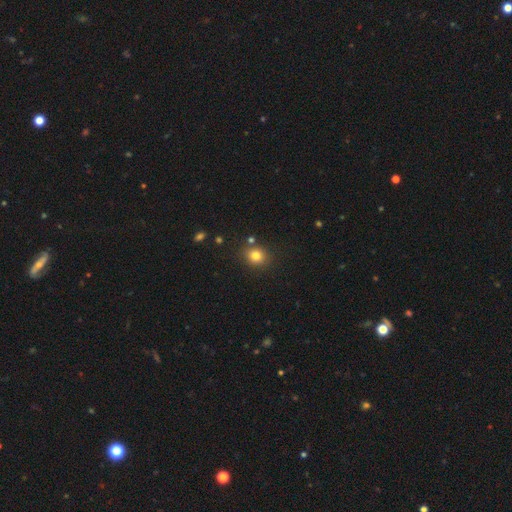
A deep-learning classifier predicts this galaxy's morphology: The model was most divided on "how rounded": round: 74%, in between: 25%, cigar-shaped: 1%. More confident: merging — none (81%); smooth or featured — smooth (79%).